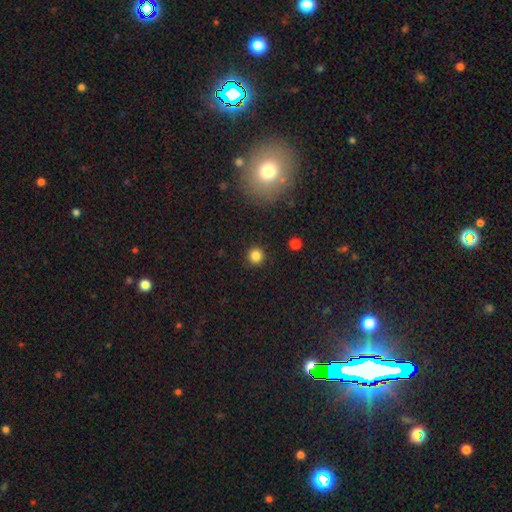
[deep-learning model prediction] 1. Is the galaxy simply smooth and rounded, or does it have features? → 83% smooth, 13% star or artifact, 4% featured or disk.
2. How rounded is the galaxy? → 94% round, 5% in between, 1% cigar-shaped.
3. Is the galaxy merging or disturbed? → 91% none, 5% minor disturbance, 2% major disturbance, 1% merger.